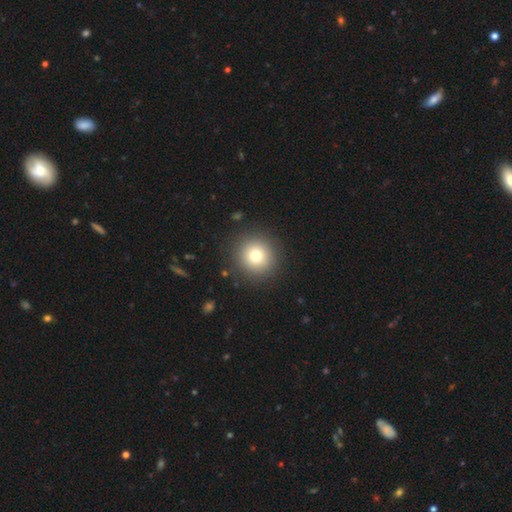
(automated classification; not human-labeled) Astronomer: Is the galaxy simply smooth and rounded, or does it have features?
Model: smooth — 75%.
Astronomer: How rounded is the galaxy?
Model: round — 95%.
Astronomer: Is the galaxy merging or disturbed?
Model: none — 90%.